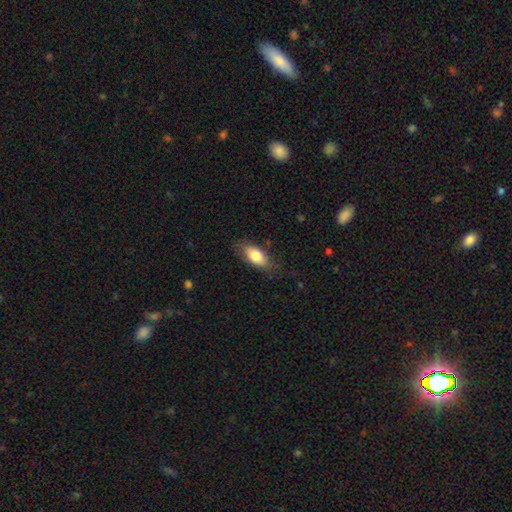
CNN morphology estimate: smooth 78%, featured or disk 15%, star or artifact 6%. Down the decision tree: how rounded — in between (85%); merging — none (74%).